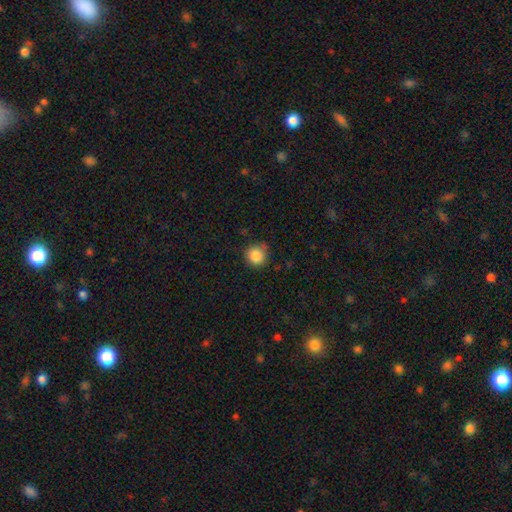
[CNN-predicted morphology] smooth_or_featured: smooth (p=0.86) [alt: star or artifact p=0.10]
how_rounded: round (p=0.91) [alt: in between p=0.08]
merging: none (p=0.79) [alt: minor disturbance p=0.17]